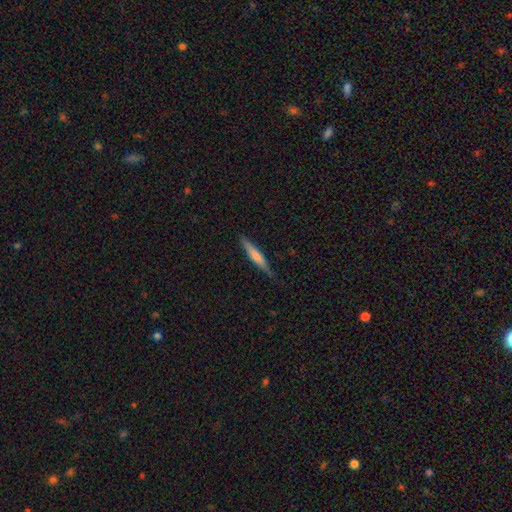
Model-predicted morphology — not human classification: smooth-or-featured: smooth: 51% | featured or disk: 44% | star or artifact: 6%
  how-rounded: cigar-shaped: 93% | in between: 5% | round: 1%
  merging: none: 86% | minor disturbance: 11% | major disturbance: 2% | merger: 1%